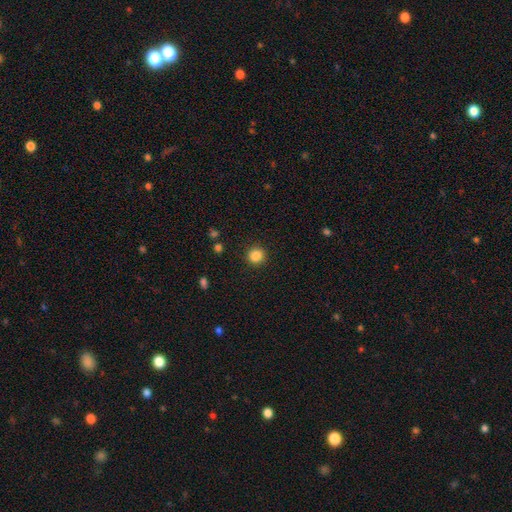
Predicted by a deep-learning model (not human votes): smooth_or_featured: smooth (p=0.85) [alt: star or artifact p=0.11]
how_rounded: round (p=0.92) [alt: in between p=0.07]
merging: none (p=0.91) [alt: minor disturbance p=0.05]